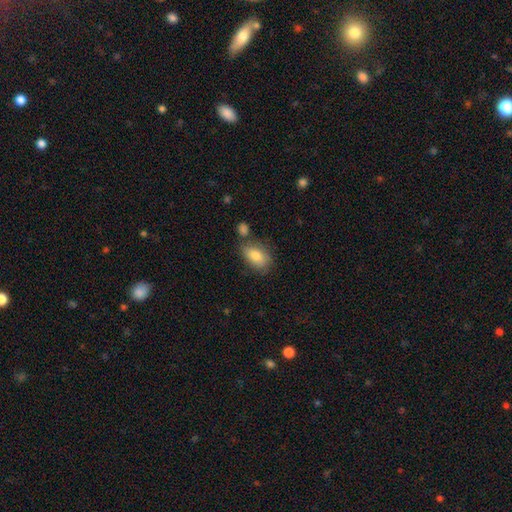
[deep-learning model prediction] Smooth or featured?
  - smooth: 80% *
  - featured or disk: 12%
  - star or artifact: 8%
How rounded?
  - in between: 88% *
  - round: 9%
  - cigar-shaped: 2%
Merging?
  - none: 67% *
  - minor disturbance: 18%
  - merger: 11%
  - major disturbance: 5%